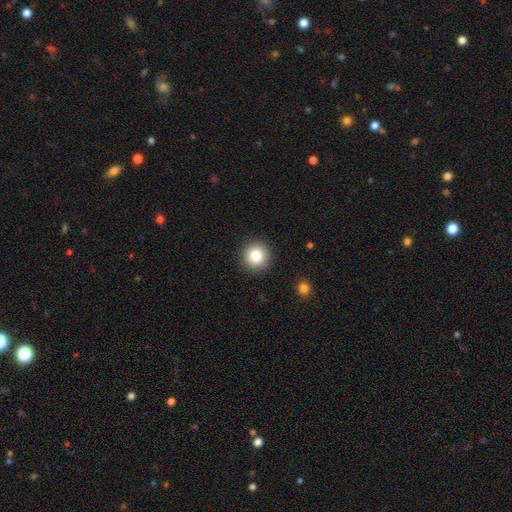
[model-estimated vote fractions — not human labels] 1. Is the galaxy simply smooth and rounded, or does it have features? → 83% smooth, 10% star or artifact, 7% featured or disk.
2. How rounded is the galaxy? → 95% round, 4% in between, 1% cigar-shaped.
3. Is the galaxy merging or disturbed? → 92% none, 5% minor disturbance, 2% major disturbance, 1% merger.